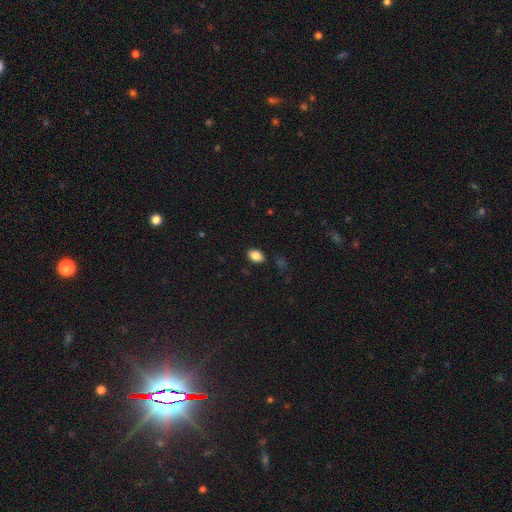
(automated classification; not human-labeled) smooth 86%, star or artifact 9%, featured or disk 5%. Down the decision tree: how rounded — in between (84%); merging — none (83%).